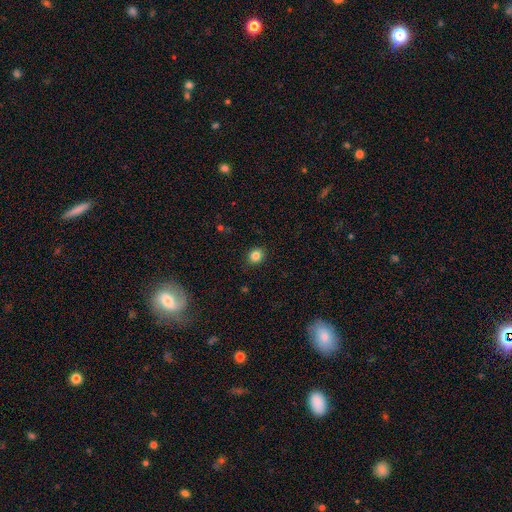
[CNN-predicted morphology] smooth-or-featured: smooth: 84% | star or artifact: 11% | featured or disk: 5%
  how-rounded: round: 73% | in between: 26% | cigar-shaped: 1%
  merging: none: 89% | minor disturbance: 8% | major disturbance: 2% | merger: 1%